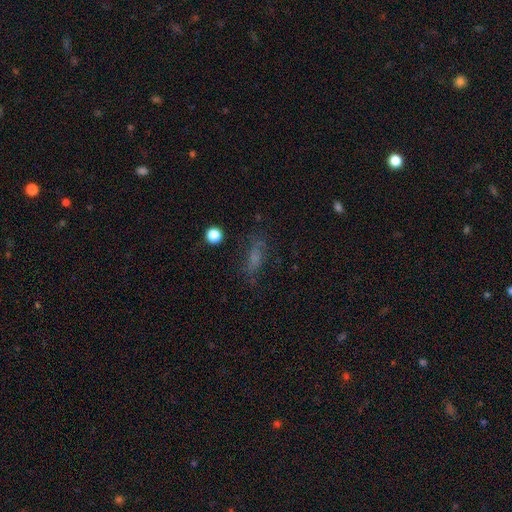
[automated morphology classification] A smooth galaxy with no disk features (51%) that is in between round and cigar-shaped (57%). Merging: none (64%).